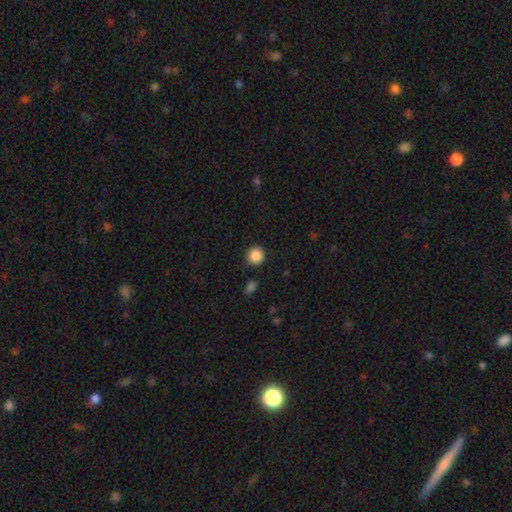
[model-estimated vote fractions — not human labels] Smooth or featured? smooth (88%)
How rounded? round (92%)
Merging? none (88%)